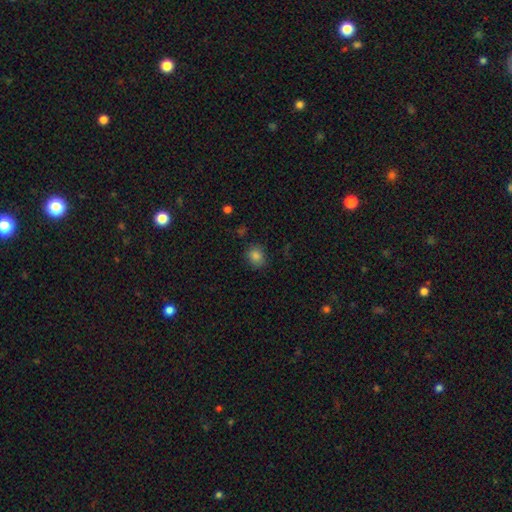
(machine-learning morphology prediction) Overall: smooth (83%). How rounded: round (71%). Merging: none (84%).